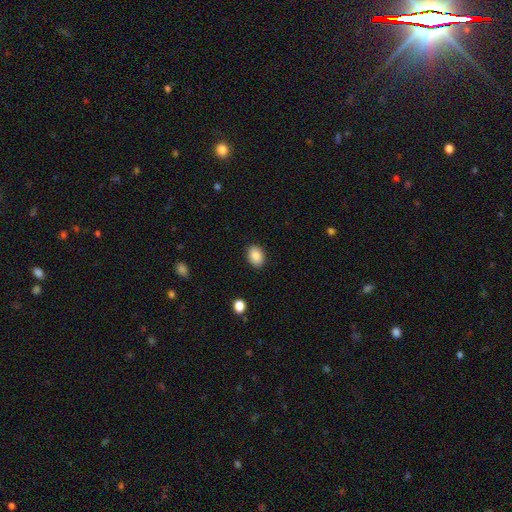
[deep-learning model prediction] Morphology: type=smooth (88%); roundness=in between (71%); merging=none (89%).